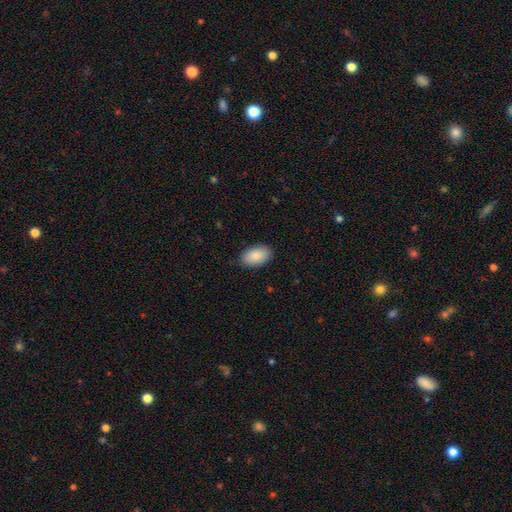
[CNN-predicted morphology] smooth-or-featured: smooth: 89% | star or artifact: 6% | featured or disk: 5%
  how-rounded: in between: 95% | round: 4% | cigar-shaped: 1%
  merging: none: 88% | minor disturbance: 9% | major disturbance: 2% | merger: 1%